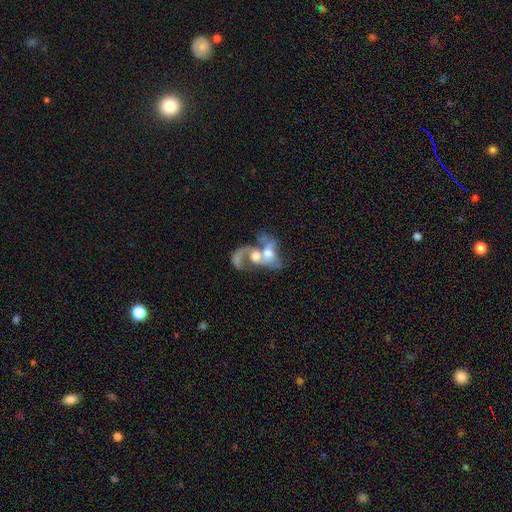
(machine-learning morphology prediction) Smooth or featured? featured or disk (58%)
Edge-on disk? no (97%)
Bar? no (79%)
Spiral arms? no (53%)
Bulge size? moderate (55%)
Merging? merger (80%)